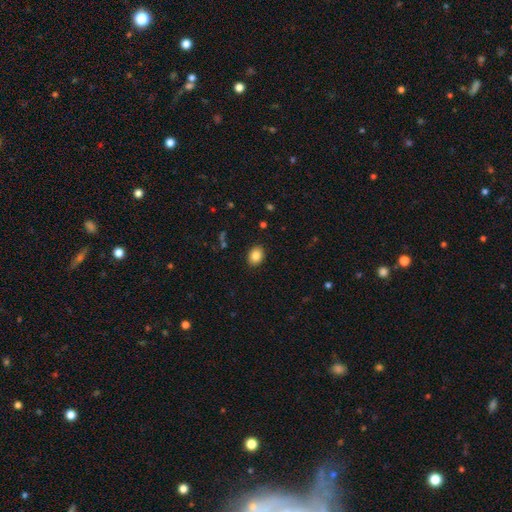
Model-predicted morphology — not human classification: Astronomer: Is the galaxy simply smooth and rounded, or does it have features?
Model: smooth — 85%.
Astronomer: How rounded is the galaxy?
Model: in between — 63%.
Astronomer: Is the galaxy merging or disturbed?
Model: none — 90%.